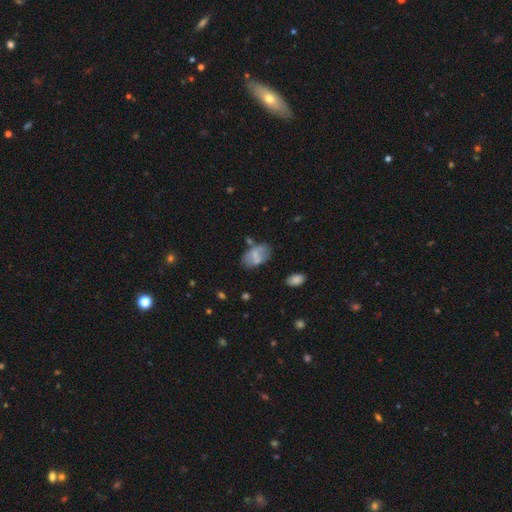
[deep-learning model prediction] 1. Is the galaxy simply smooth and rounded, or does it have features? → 65% smooth, 27% featured or disk, 8% star or artifact.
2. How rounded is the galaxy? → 91% in between, 7% round, 2% cigar-shaped.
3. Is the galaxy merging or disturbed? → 55% none, 25% minor disturbance, 11% merger, 10% major disturbance.